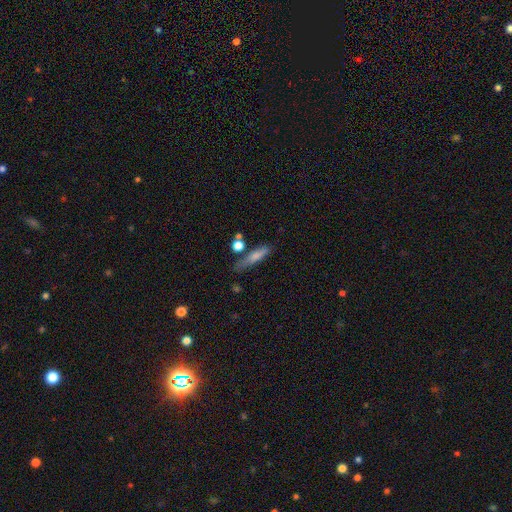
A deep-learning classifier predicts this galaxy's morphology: Smooth or featured? Predicted: smooth (p=0.71). How rounded? Predicted: cigar-shaped (p=0.76). Merging? Predicted: none (p=0.63).